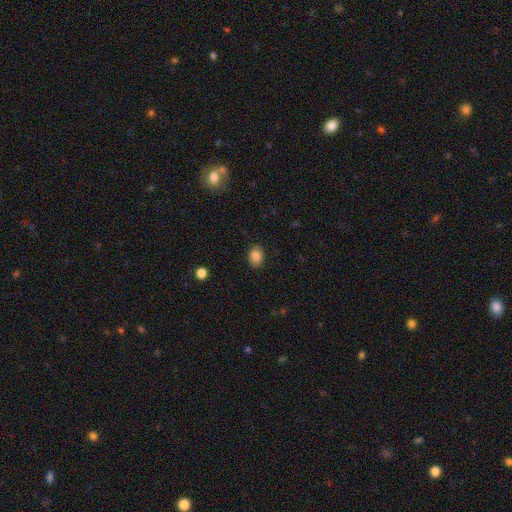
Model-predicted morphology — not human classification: smooth-or-featured: smooth: 85% | star or artifact: 9% | featured or disk: 6%
  how-rounded: in between: 61% | round: 38% | cigar-shaped: 1%
  merging: none: 86% | minor disturbance: 10% | major disturbance: 3% | merger: 1%